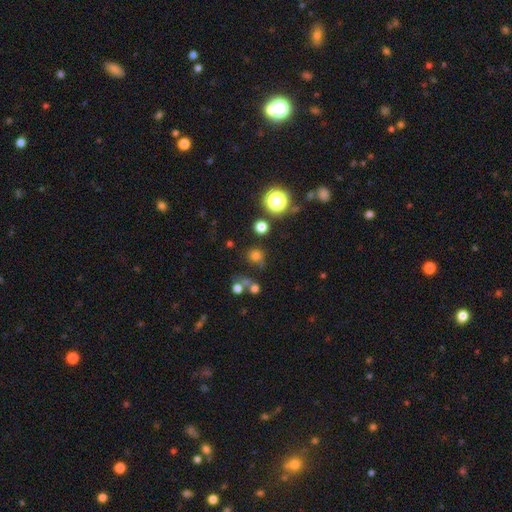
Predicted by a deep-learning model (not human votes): smooth_or_featured: smooth (p=0.70) [alt: star or artifact p=0.23]
how_rounded: round (p=0.86) [alt: in between p=0.13]
merging: none (p=0.70) [alt: minor disturbance p=0.12]